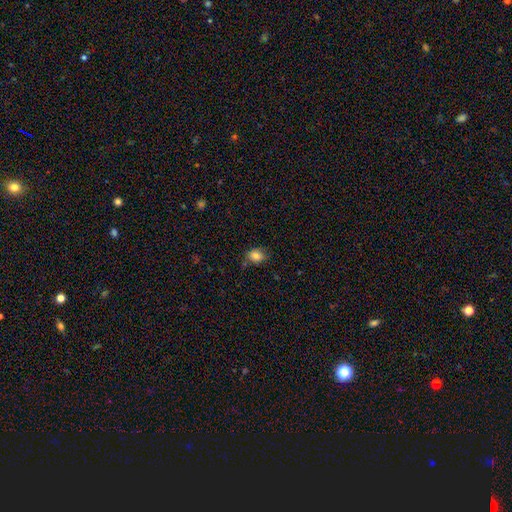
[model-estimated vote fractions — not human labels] This appears to be a smooth galaxy with no disk features (82%) that is in between round and cigar-shaped (51%). Merging: none (72%).